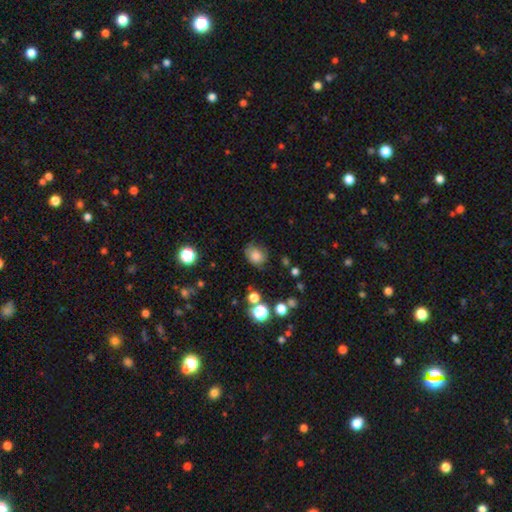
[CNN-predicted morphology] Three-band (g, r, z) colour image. It shows a smooth galaxy with no disk features (79%) that is round (53%). Merging: none (67%).